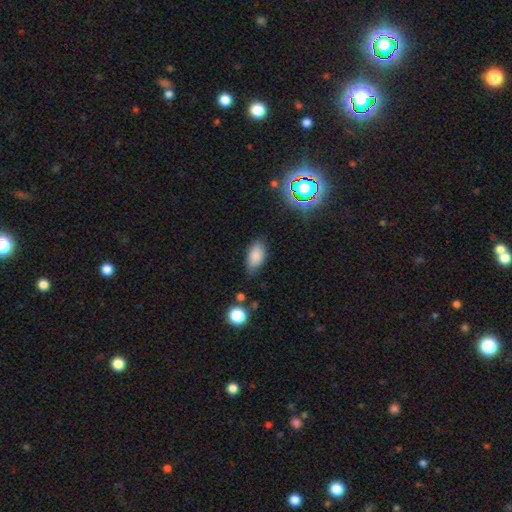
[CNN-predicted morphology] Smooth or featured? Predicted: smooth (p=0.84). How rounded? Predicted: in between (p=0.92). Merging? Predicted: none (p=0.75).